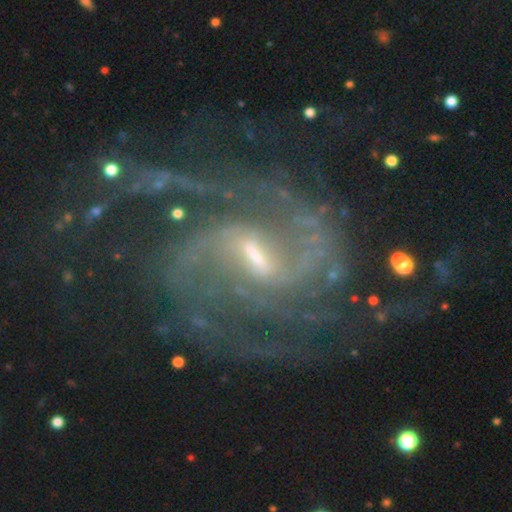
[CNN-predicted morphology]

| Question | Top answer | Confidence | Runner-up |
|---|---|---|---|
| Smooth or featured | featured or disk | 92% | star or artifact (5%) |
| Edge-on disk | no | 98% | yes (2%) |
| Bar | weak | 48% | strong (42%) |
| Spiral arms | yes | 98% | no (2%) |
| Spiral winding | medium | 50% | tight (26%) |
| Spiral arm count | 2 | 54% | can't tell (12%) |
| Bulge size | small | 52% | moderate (35%) |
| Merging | none | 63% | major disturbance (17%) |